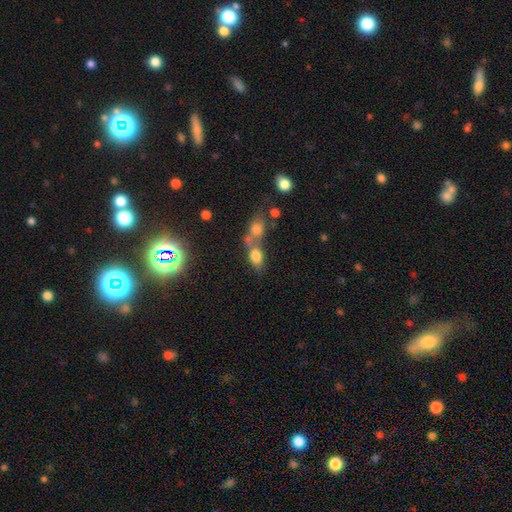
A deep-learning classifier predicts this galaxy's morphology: Q: Smooth or featured?
A: smooth (73%); runner-up: featured or disk (14%)
Q: How rounded?
A: in between (71%); runner-up: round (23%)
Q: Merging?
A: merger (53%); runner-up: none (30%)